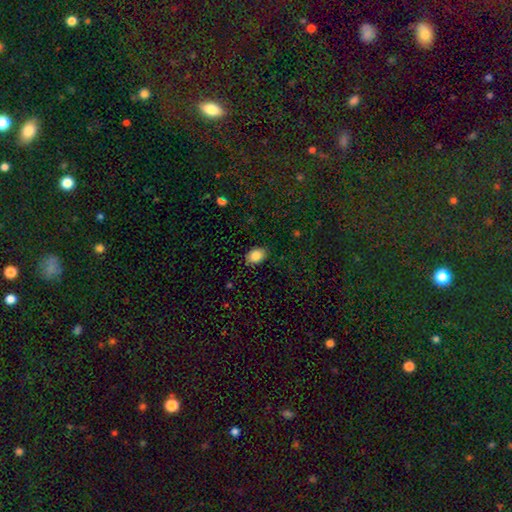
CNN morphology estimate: Smooth or featured? Predicted: smooth (p=0.85). How rounded? Predicted: in between (p=0.75). Merging? Predicted: none (p=0.87).